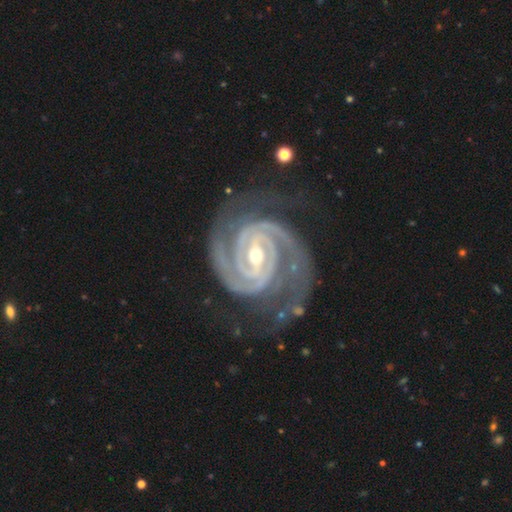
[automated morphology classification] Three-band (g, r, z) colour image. It shows a featured or disk galaxy (95%) with a strong bar (50%), 2 (80%) tight (79%) spiral arms (99%) and a moderate central bulge (52%). Merging: none (73%).